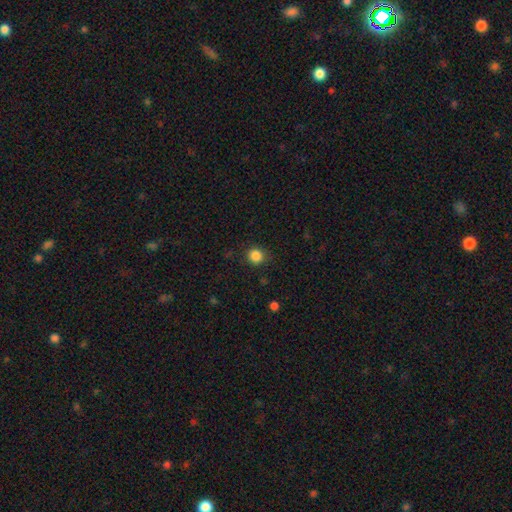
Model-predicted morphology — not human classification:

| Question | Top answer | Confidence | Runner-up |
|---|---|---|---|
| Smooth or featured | smooth | 86% | star or artifact (11%) |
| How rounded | round | 90% | in between (9%) |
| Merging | none | 88% | minor disturbance (8%) |